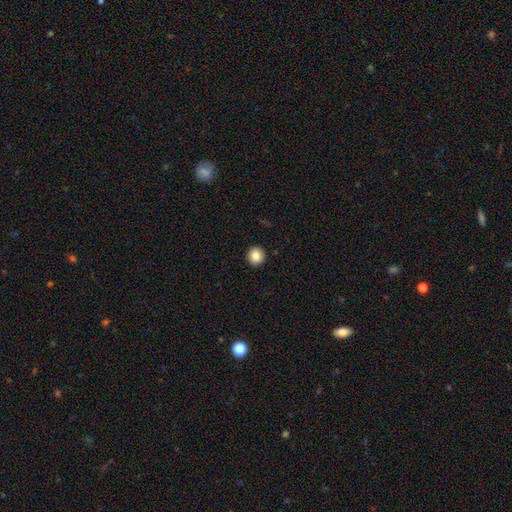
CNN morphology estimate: Smooth or featured? smooth (86%)
How rounded? round (94%)
Merging? none (93%)